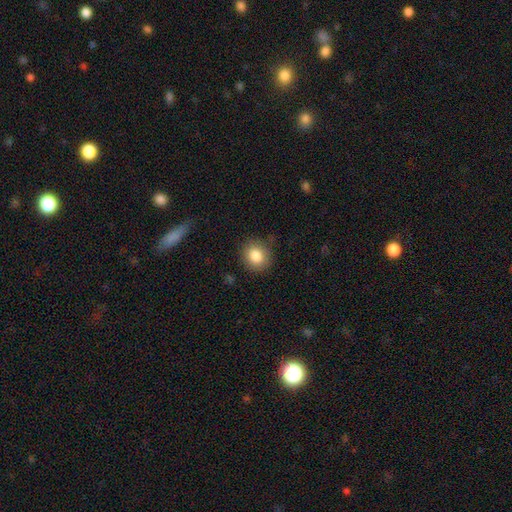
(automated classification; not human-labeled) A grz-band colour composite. It shows a smooth galaxy with no disk features (85%) that is round (83%). Merging: none (85%).